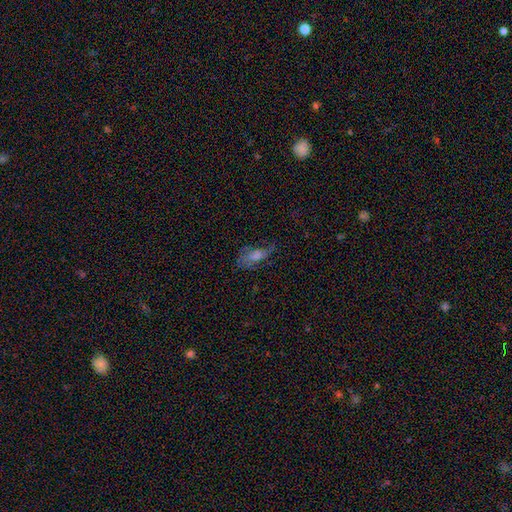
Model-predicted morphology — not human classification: smooth_or_featured: featured or disk (p=0.41) [alt: smooth p=0.38]
merging: none (p=0.50) [alt: minor disturbance p=0.24]